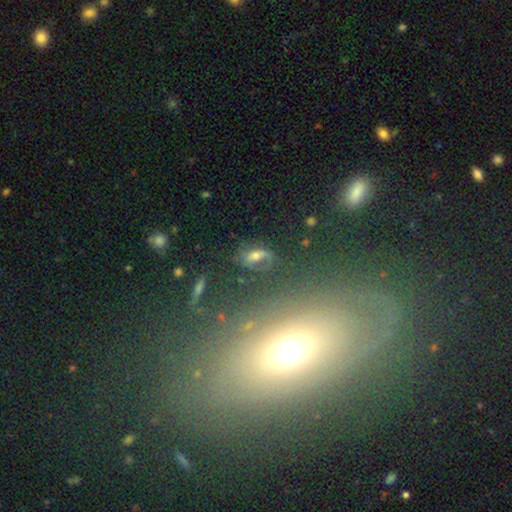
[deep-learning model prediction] Smooth or featured? featured or disk (53%)
Edge-on disk? no (88%)
Merging? none (58%)